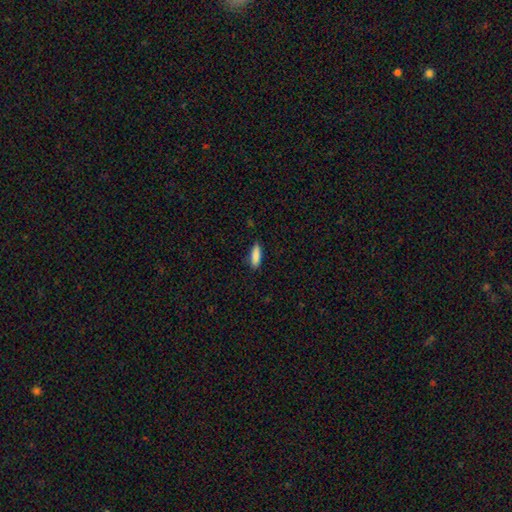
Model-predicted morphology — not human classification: type=smooth (88%); roundness=in between (50%); merging=none (84%).